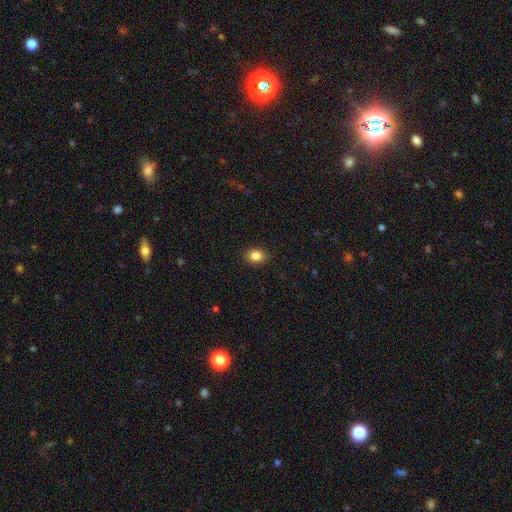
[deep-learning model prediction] smooth_or_featured: smooth (p=0.85) [alt: star or artifact p=0.10]
how_rounded: in between (p=0.52) [alt: round p=0.47]
merging: none (p=0.90) [alt: minor disturbance p=0.08]